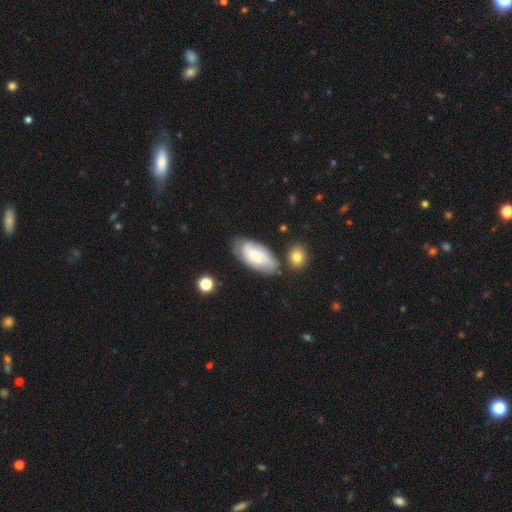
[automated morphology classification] Smooth or featured? Predicted: featured or disk (p=0.50). Merging? Predicted: none (p=0.65).